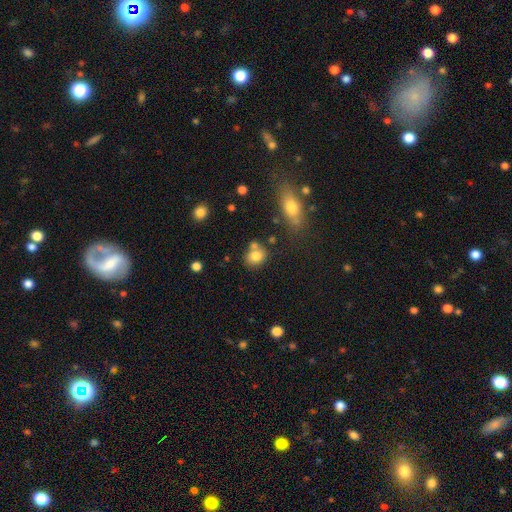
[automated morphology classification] A smooth galaxy with no disk features (80%) that is round (63%). Merging: none (58%).